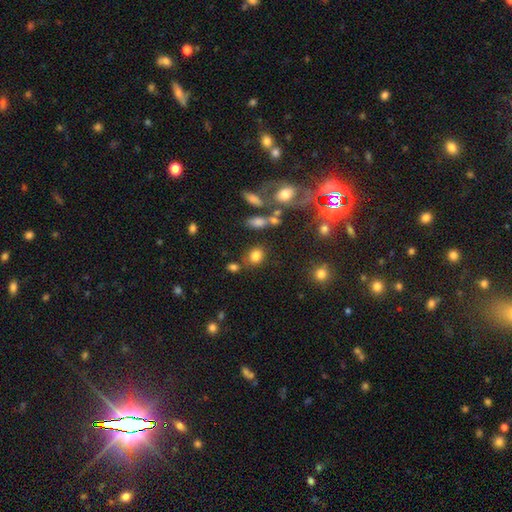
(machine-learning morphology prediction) A smooth galaxy with no disk features (78%) that is round (54%).

Vote fractions:
- Smooth or featured? smooth: 78% / star or artifact: 13% / featured or disk: 9%
- How rounded? round: 54% / in between: 44% / cigar-shaped: 2%
- Merging? none: 69% / minor disturbance: 14% / merger: 12% / major disturbance: 6%